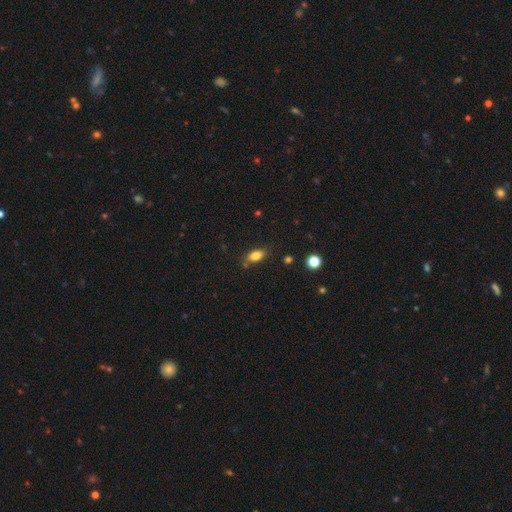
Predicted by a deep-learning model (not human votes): smooth-or-featured: smooth: 79% | featured or disk: 11% | star or artifact: 10%
  how-rounded: in between: 84% | cigar-shaped: 8% | round: 7%
  merging: none: 77% | minor disturbance: 15% | merger: 5% | major disturbance: 3%